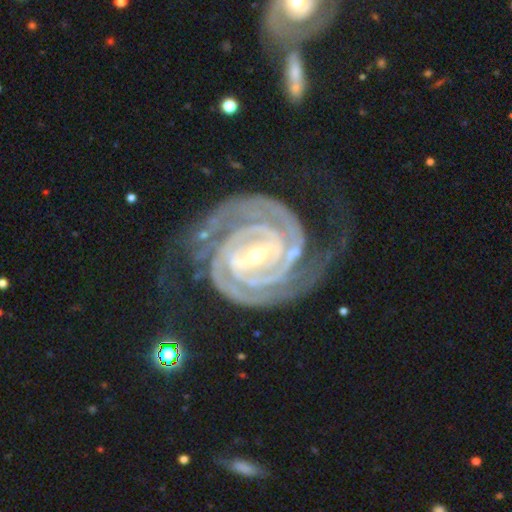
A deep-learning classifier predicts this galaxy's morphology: This appears to be a featured or disk galaxy (94%) with a strong bar (61%), 2 (79%) tight (78%) spiral arms (99%) and a small central bulge (60%). Merging: none (69%).